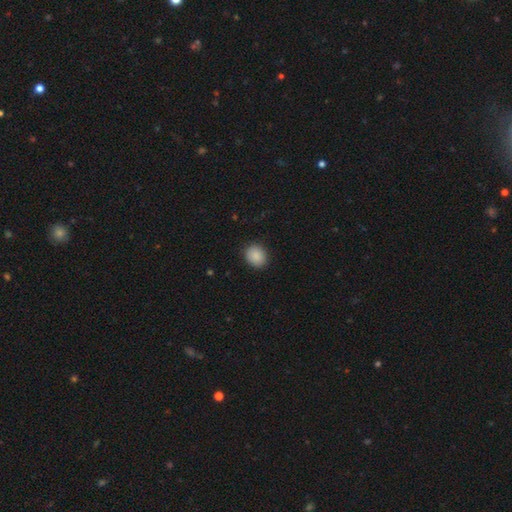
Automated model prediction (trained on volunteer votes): Smooth or featured? smooth (89%)
How rounded? round (65%)
Merging? none (90%)